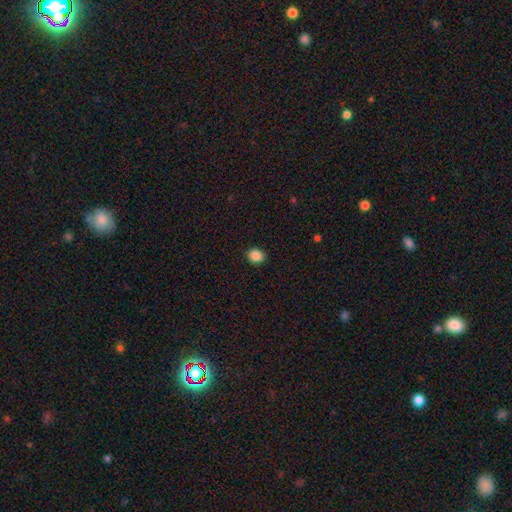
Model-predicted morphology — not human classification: A smooth galaxy with no disk features (87%) that is round (62%).

Vote fractions:
- Smooth or featured? smooth: 87% / star or artifact: 10% / featured or disk: 3%
- How rounded? round: 62% / in between: 37% / cigar-shaped: 1%
- Merging? none: 91% / minor disturbance: 7% / major disturbance: 2% / merger: 1%